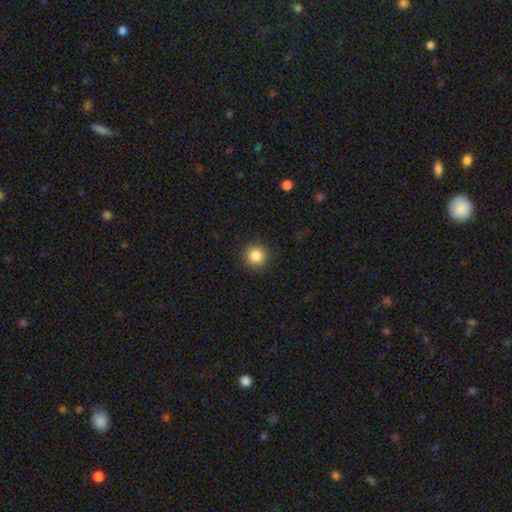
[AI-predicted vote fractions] A smooth galaxy with no disk features (86%) that is round (95%). Merging: none (91%).